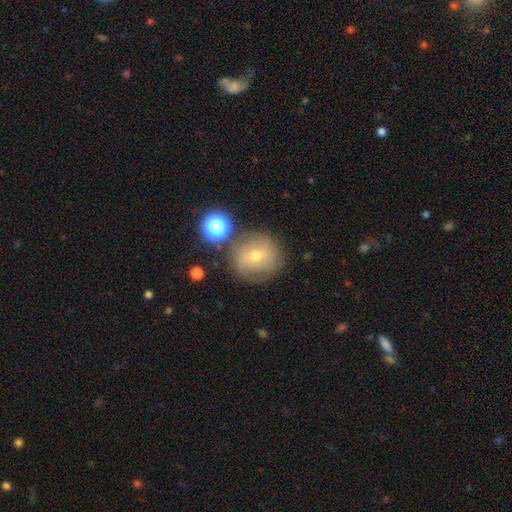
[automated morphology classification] Smooth or featured? featured or disk (43%)
Merging? none (73%)